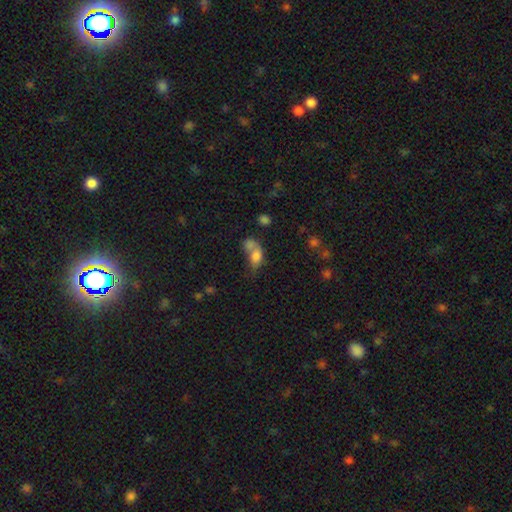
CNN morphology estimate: The model was most divided on "merging": merger: 55%, none: 21%, minor disturbance: 12%, major disturbance: 12%. More confident: how rounded — in between (76%); smooth or featured — smooth (73%).